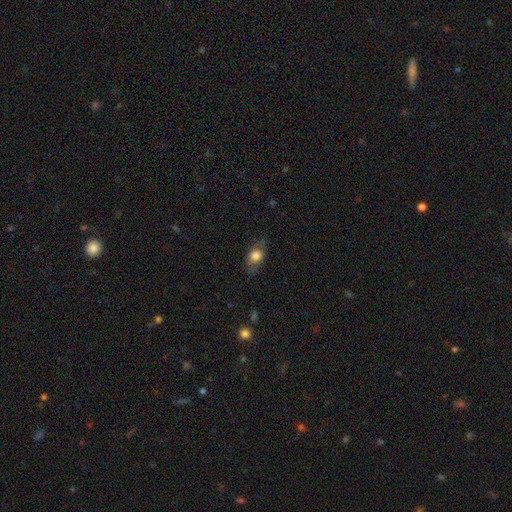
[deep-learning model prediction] Overall: smooth (64%; featured or disk 28%). How rounded: in between (75%). Merging: none (72%).